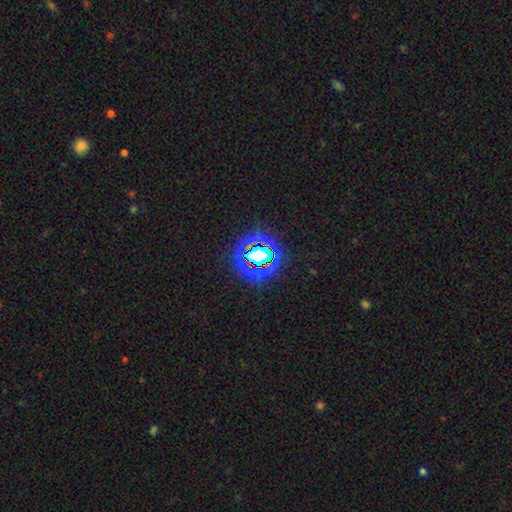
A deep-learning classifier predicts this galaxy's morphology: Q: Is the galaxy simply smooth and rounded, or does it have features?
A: star or artifact — 79%.